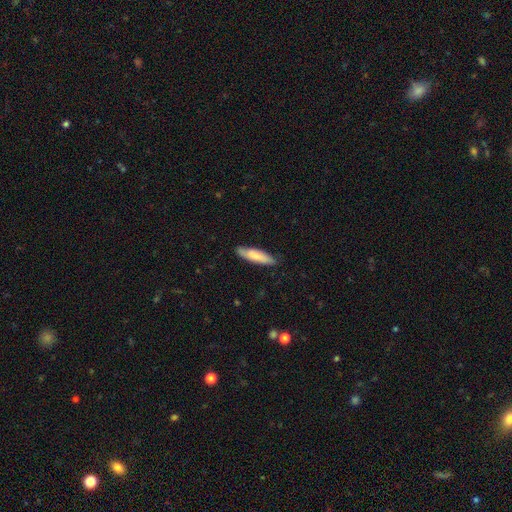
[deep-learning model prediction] Overall: smooth (75%). How rounded: cigar-shaped (66%; in between 33%). Merging: none (80%).